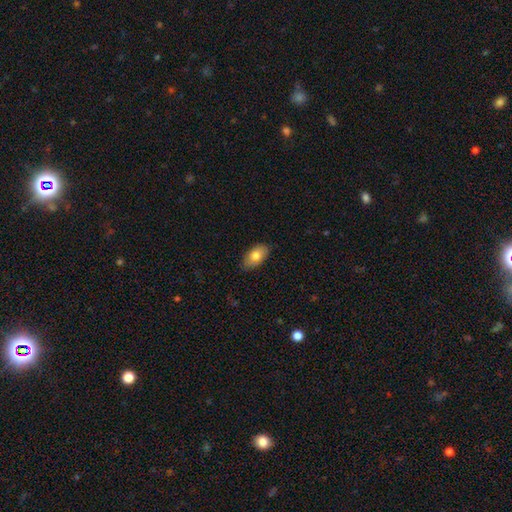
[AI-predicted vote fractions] smooth_or_featured: smooth (p=0.79) [alt: featured or disk p=0.14]
how_rounded: in between (p=0.92) [alt: round p=0.05]
merging: none (p=0.83) [alt: minor disturbance p=0.13]